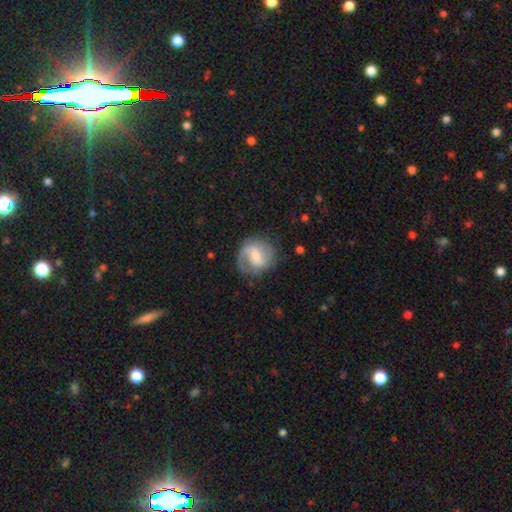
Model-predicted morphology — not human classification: Smooth or featured? Predicted: featured or disk (p=0.71). Edge-on disk? Predicted: no (p=0.98). Bar? Predicted: weak (p=0.53). Spiral arms? Predicted: yes (p=0.91). Spiral winding? Predicted: medium (p=0.47). Spiral arm count? Predicted: 2 (p=0.61). Bulge size? Predicted: small (p=0.44). Merging? Predicted: none (p=0.69).